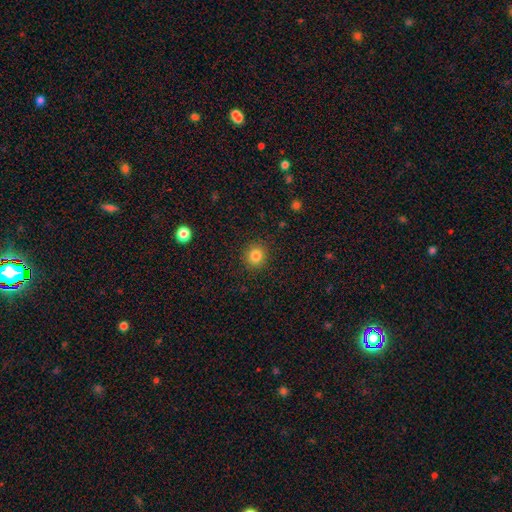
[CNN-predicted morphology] A smooth galaxy with no disk features (83%) that is round (89%). Merging: none (91%).